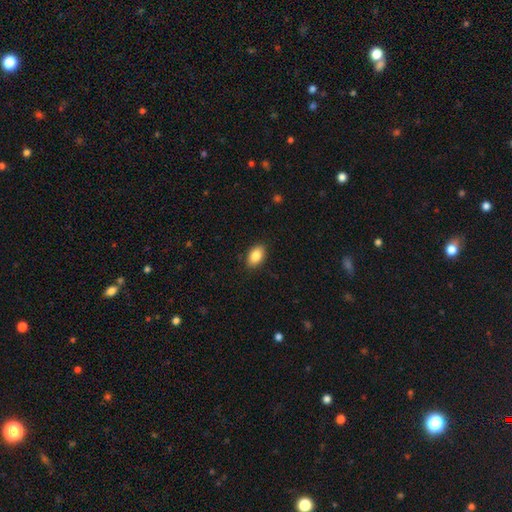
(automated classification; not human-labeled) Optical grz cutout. It shows a smooth galaxy with no disk features (86%) that is in between round and cigar-shaped (91%). Merging: none (88%).